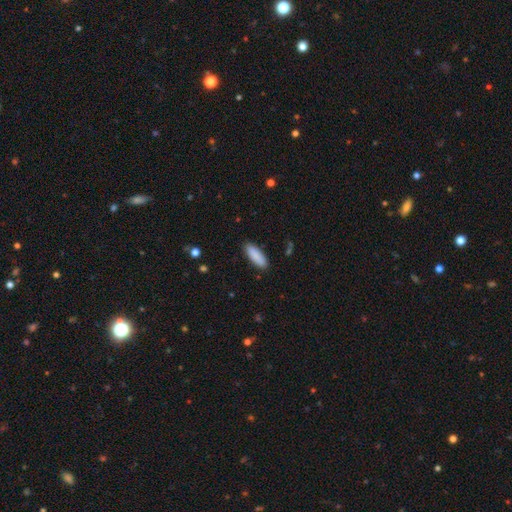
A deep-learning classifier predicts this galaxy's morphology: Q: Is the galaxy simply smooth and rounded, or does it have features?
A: smooth — 89%.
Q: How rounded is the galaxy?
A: in between — 58%.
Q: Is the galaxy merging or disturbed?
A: none — 88%.